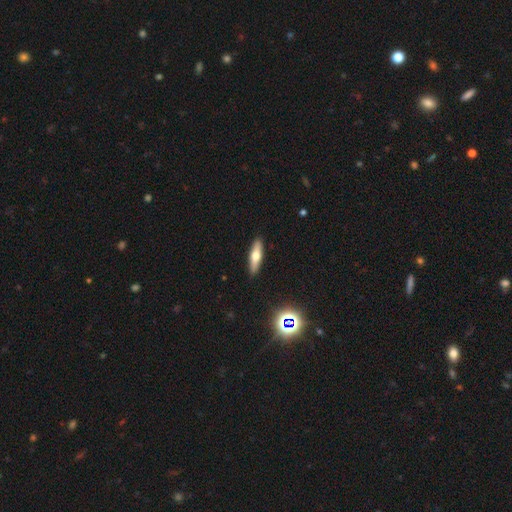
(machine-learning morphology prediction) Smooth or featured?
  - smooth: 55% *
  - featured or disk: 38%
  - star or artifact: 7%
How rounded?
  - cigar-shaped: 65% *
  - in between: 33%
  - round: 2%
Merging?
  - none: 90% *
  - minor disturbance: 7%
  - major disturbance: 2%
  - merger: 1%